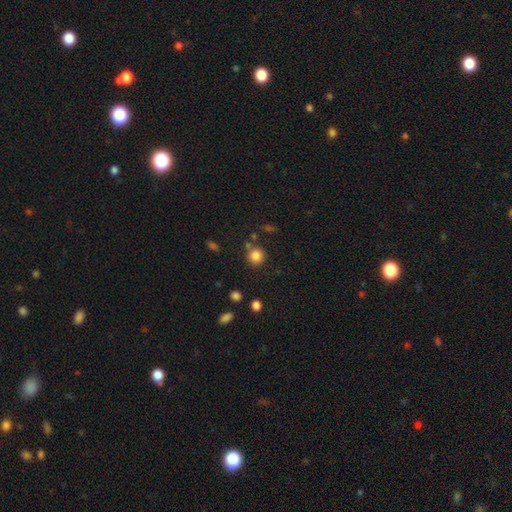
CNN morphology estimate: Q: Smooth or featured?
A: smooth (84%); runner-up: star or artifact (11%)
Q: How rounded?
A: round (90%); runner-up: in between (9%)
Q: Merging?
A: none (78%); runner-up: minor disturbance (10%)